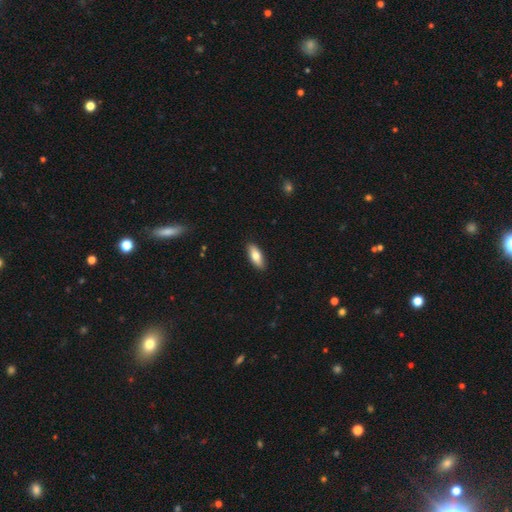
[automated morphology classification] Smooth or featured? Predicted: smooth (p=0.78). How rounded? Predicted: in between (p=0.77). Merging? Predicted: none (p=0.89).